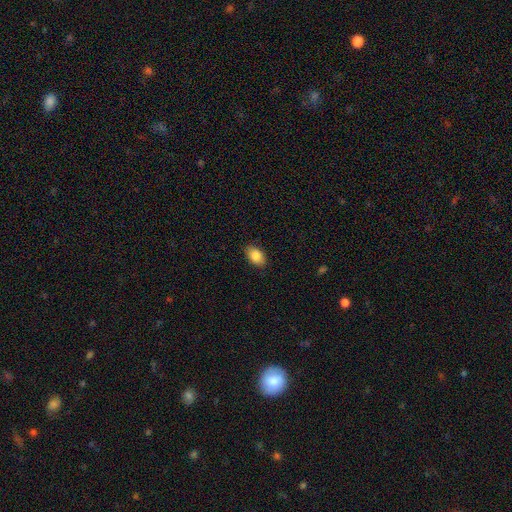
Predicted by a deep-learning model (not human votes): Smooth or featured?
  - smooth: 85% *
  - star or artifact: 8%
  - featured or disk: 7%
How rounded?
  - in between: 86% *
  - round: 13%
  - cigar-shaped: 1%
Merging?
  - none: 87% *
  - minor disturbance: 10%
  - major disturbance: 2%
  - merger: 1%